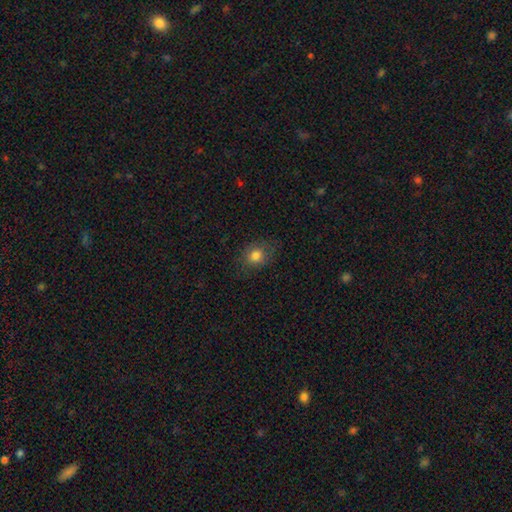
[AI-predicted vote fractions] smooth 80%, star or artifact 11%, featured or disk 9%. Down the decision tree: how rounded — round (61%); merging — none (78%).